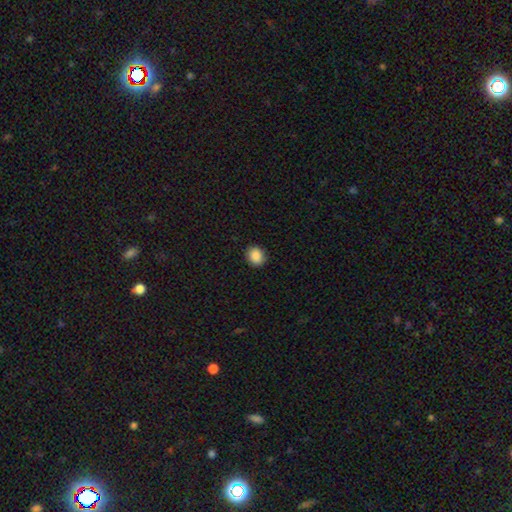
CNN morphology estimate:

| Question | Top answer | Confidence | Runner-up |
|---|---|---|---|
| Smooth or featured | smooth | 88% | star or artifact (8%) |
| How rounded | round | 66% | in between (33%) |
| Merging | none | 89% | minor disturbance (8%) |